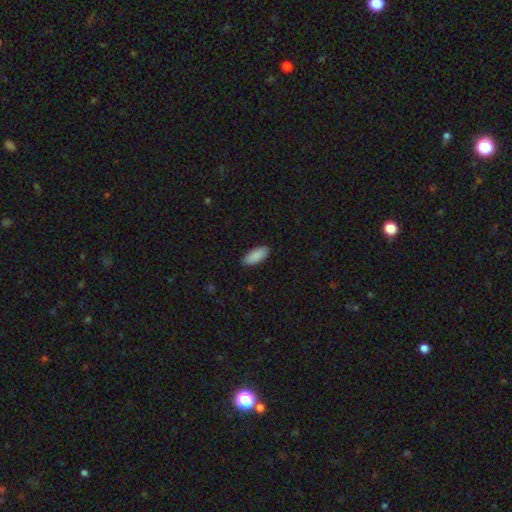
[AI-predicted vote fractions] A smooth galaxy with no disk features (90%) that is in between round and cigar-shaped (88%). Merging: none (89%).